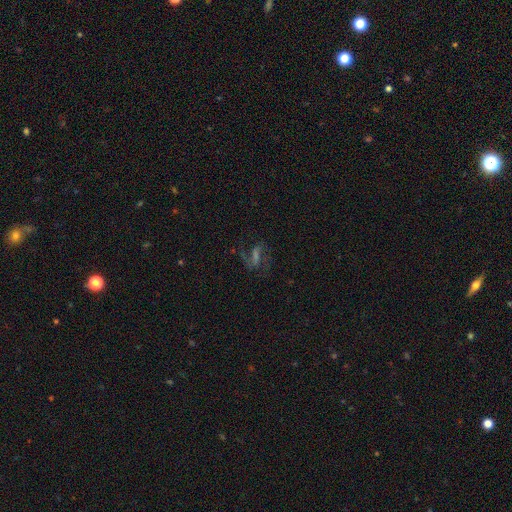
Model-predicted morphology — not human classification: Smooth or featured: featured or disk — 62% (star or artifact — 20%)
Edge-on disk: no — 93% (yes — 7%)
Bar: strong — 42% (weak — 39%)
Spiral arms: yes — 87% (no — 13%)
Spiral winding: loose — 46% (medium — 41%)
Spiral arm count: 2 — 82% (can't tell — 7%)
Bulge size: none — 38% (small — 30%)
Merging: none — 65% (major disturbance — 17%)